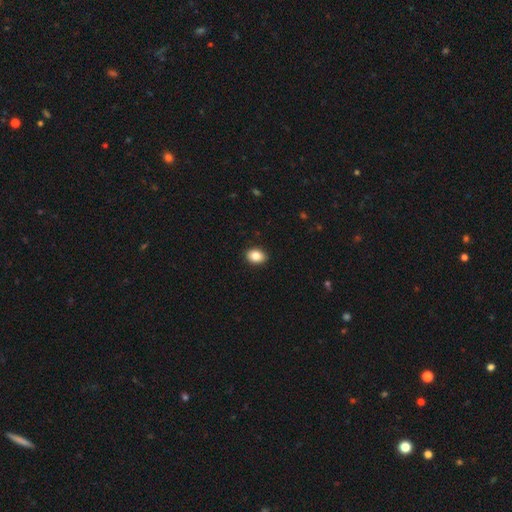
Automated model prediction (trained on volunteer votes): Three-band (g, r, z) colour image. It shows a smooth galaxy with no disk features (84%) that is in between round and cigar-shaped (64%). Merging: none (91%).